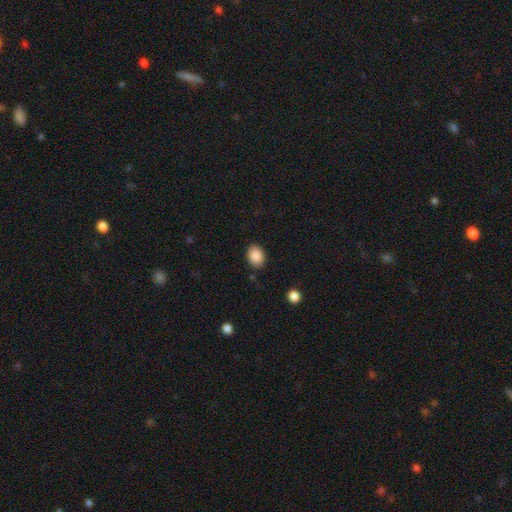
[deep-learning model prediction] The model was most divided on "how rounded": in between: 69%, round: 31%, cigar-shaped: 1%. More confident: smooth or featured — smooth (89%); merging — none (85%).